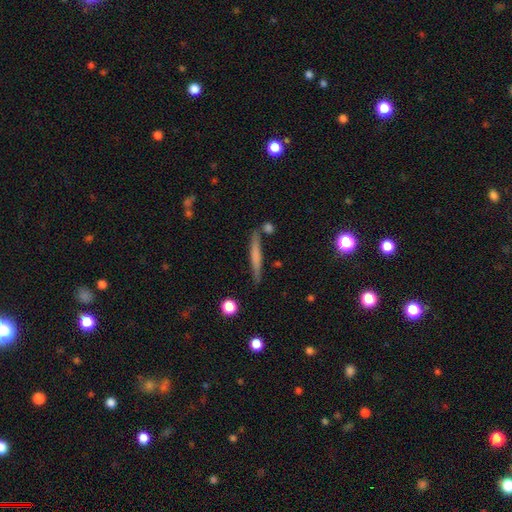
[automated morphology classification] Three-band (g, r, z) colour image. It shows a smooth galaxy with no disk features (50%) that is cigar-shaped (94%). Merging: none (82%).